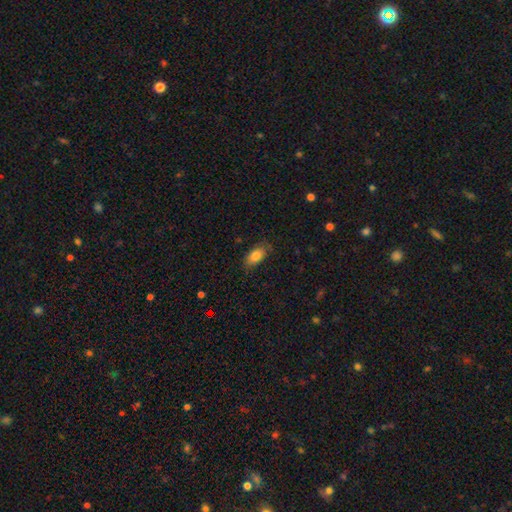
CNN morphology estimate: Overall: smooth (83%). How rounded: in between (90%). Merging: none (77%).